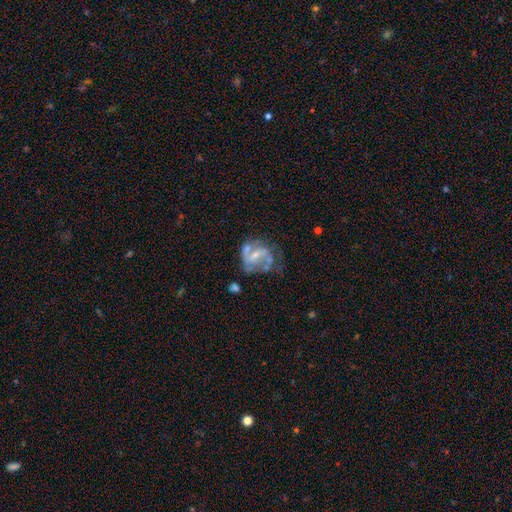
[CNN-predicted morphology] type=featured or disk (76%); edge-on=no (98%); bar=weak (45%); spiral arms=yes (80%); winding=medium (47%); arm count=2 (68%); bulge=small (57%); merging=none (39%).